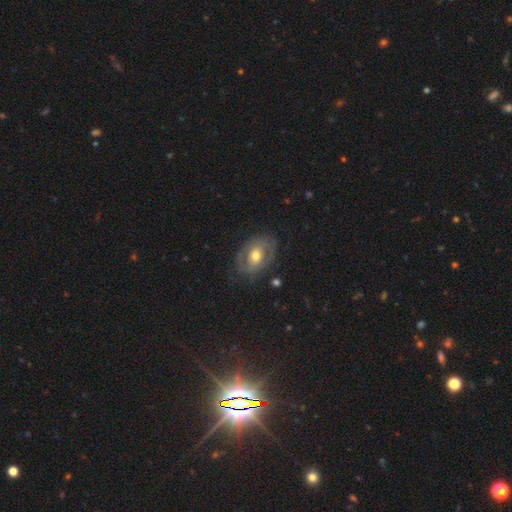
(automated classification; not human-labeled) Overall: featured or disk (63%; smooth 31%). Edge-on disk: no (94%). Bar: no (57%; weak 30%). Spiral arms: yes (50%, tied with no). Bulge size: moderate (76%). Merging: none (73%).